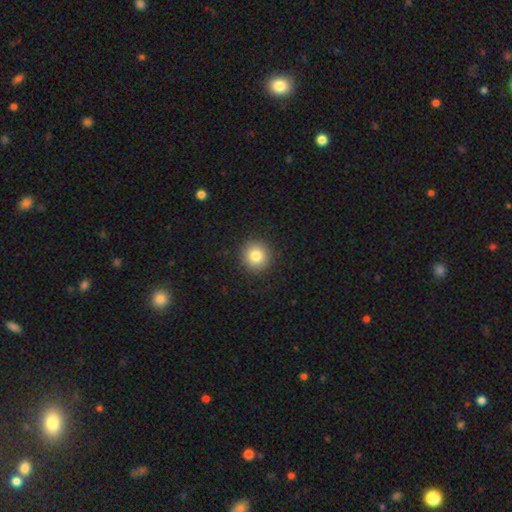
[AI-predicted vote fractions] The model was most divided on "smooth or featured": smooth: 81%, star or artifact: 11%, featured or disk: 8%. More confident: how rounded — round (93%); merging — none (92%).